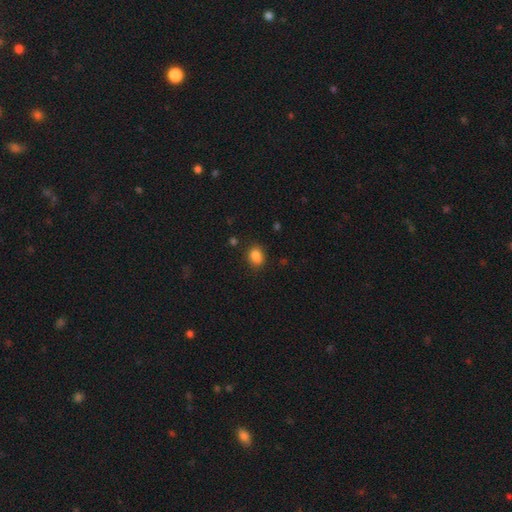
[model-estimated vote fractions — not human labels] smooth_or_featured: smooth (p=0.85) [alt: star or artifact p=0.11]
how_rounded: in between (p=0.53) [alt: round p=0.46]
merging: none (p=0.80) [alt: minor disturbance p=0.14]